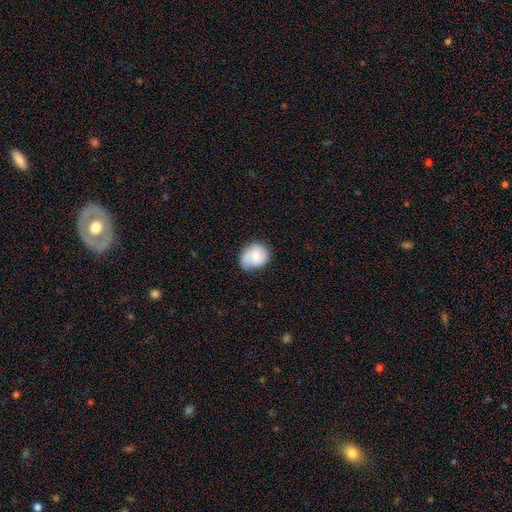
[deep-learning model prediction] A smooth galaxy with no disk features (64%) that is round (59%).

Vote fractions:
- Smooth or featured? smooth: 64% / featured or disk: 29% / star or artifact: 7%
- How rounded? round: 59% / in between: 40% / cigar-shaped: 1%
- Merging? none: 52% / minor disturbance: 36% / major disturbance: 10% / merger: 2%